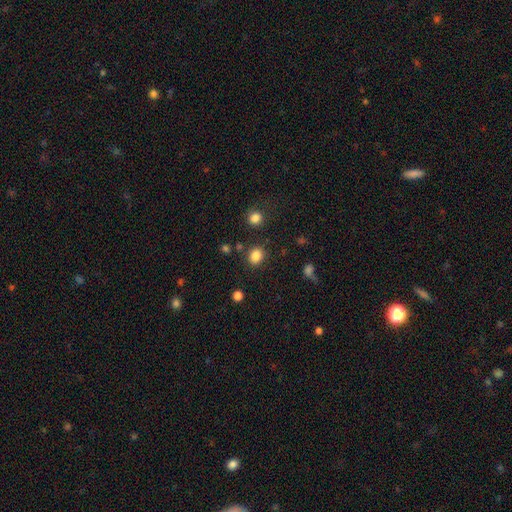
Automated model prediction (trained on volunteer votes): A smooth galaxy with no disk features (84%) that is round (57%). Merging: none (83%).